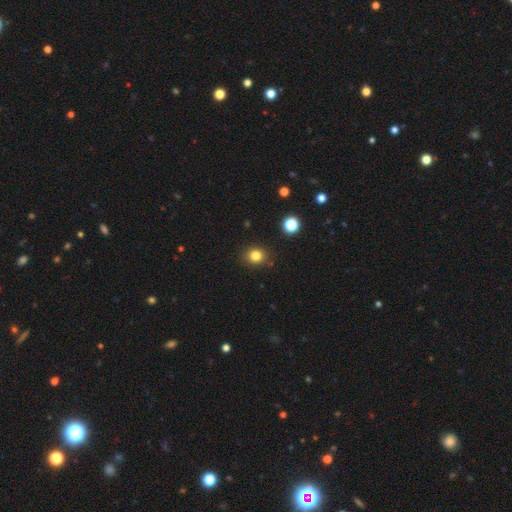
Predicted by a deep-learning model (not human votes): A smooth galaxy with no disk features (82%) that is round (76%).

Vote fractions:
- Smooth or featured? smooth: 82% / star or artifact: 13% / featured or disk: 5%
- How rounded? round: 76% / in between: 23% / cigar-shaped: 1%
- Merging? none: 85% / minor disturbance: 10% / major disturbance: 3% / merger: 2%